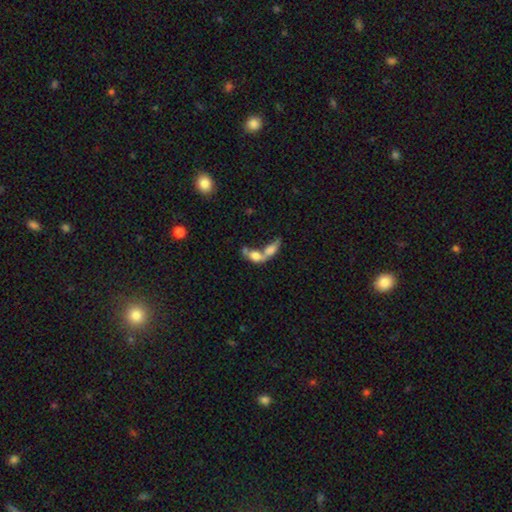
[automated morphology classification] The model was most divided on "smooth or featured": smooth: 62%, featured or disk: 28%, star or artifact: 10%. More confident: merging — merger (74%); how rounded — in between (74%).